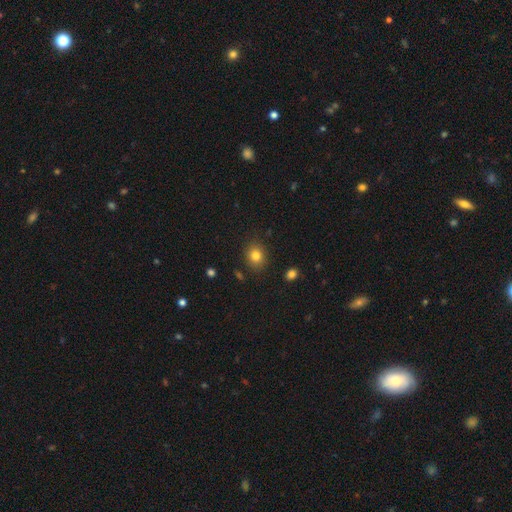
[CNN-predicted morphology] Q: Smooth or featured?
A: smooth (81%); runner-up: star or artifact (12%)
Q: How rounded?
A: round (67%); runner-up: in between (32%)
Q: Merging?
A: none (86%); runner-up: minor disturbance (10%)